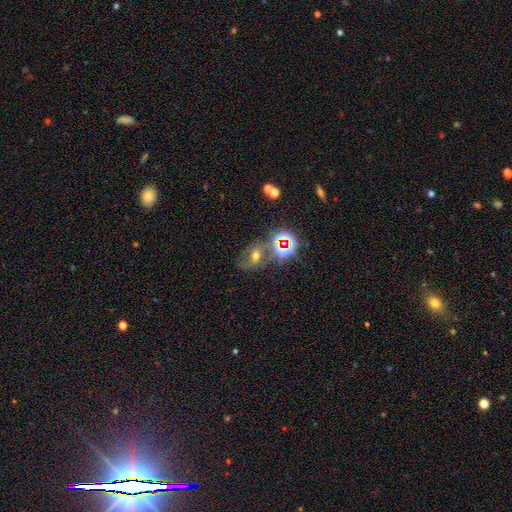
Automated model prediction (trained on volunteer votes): The model was most divided on "smooth or featured": star or artifact: 36%, featured or disk: 34%, smooth: 30%.